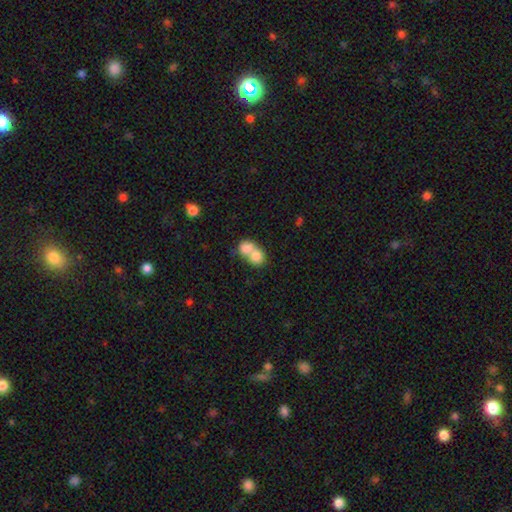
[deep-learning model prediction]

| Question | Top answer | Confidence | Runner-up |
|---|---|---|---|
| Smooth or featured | smooth | 76% | featured or disk (15%) |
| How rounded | round | 62% | in between (37%) |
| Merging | merger | 73% | none (19%) |